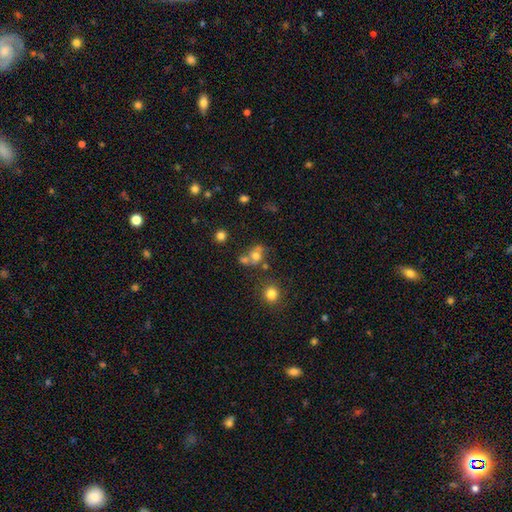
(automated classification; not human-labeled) Smooth or featured? smooth (58%)
How rounded? round (62%)
Merging? none (41%)